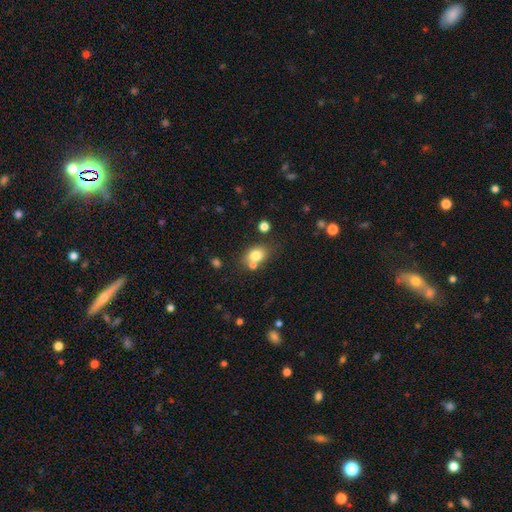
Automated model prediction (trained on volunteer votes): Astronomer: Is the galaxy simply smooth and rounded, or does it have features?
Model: smooth — 78%.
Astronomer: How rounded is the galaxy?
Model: in between — 62% (runner-up: round, 37%).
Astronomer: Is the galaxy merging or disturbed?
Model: none — 58%.